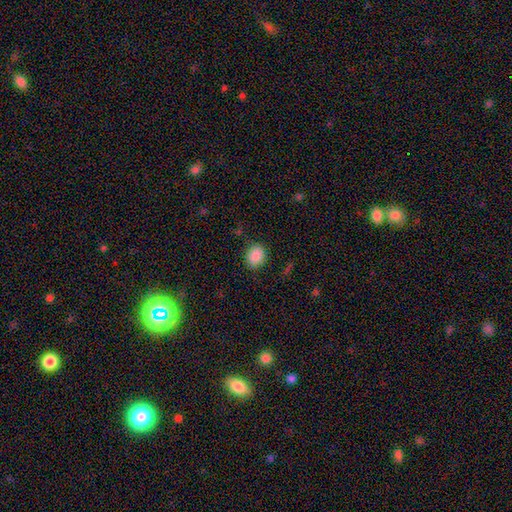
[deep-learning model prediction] A smooth galaxy with no disk features (88%) that is in between round and cigar-shaped (50%). Merging: none (85%).